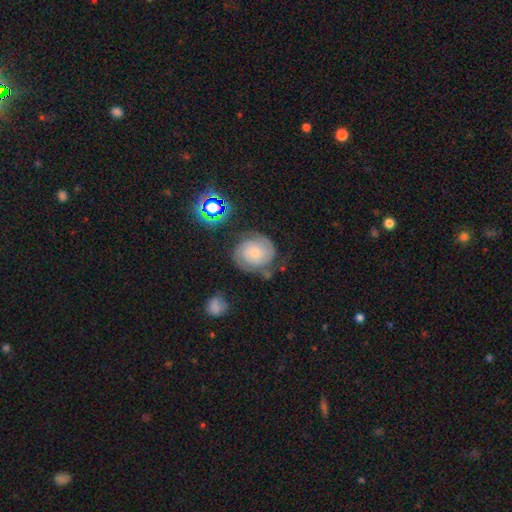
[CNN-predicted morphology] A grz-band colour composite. It shows a featured or disk galaxy (73%) with no bar (73%), 2 (68%) tight (70%) spiral arms (95%) and a small central bulge (63%). Merging: none (70%).